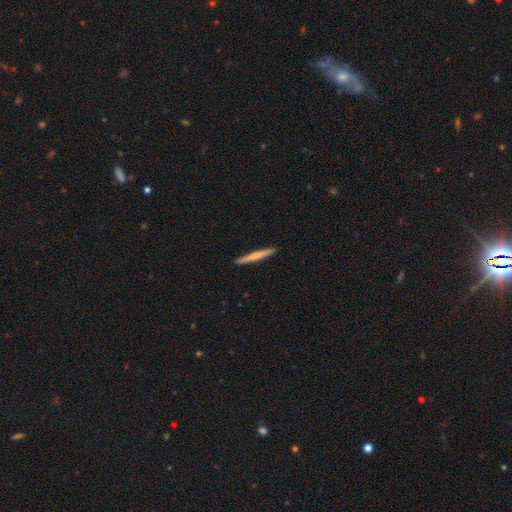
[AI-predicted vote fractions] The model was most divided on "smooth or featured": smooth: 57%, featured or disk: 38%, star or artifact: 5%. More confident: how rounded — cigar-shaped (96%); merging — none (92%).